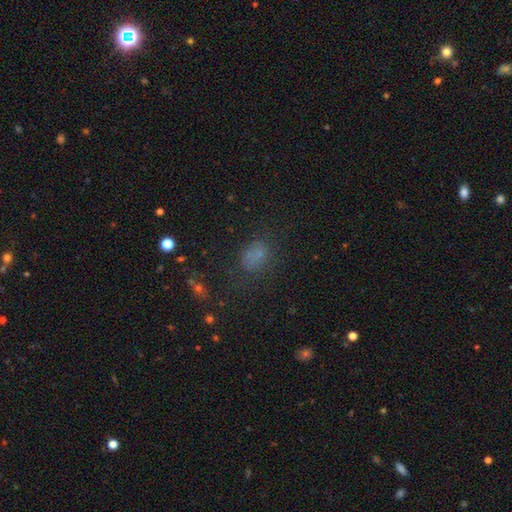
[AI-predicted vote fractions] Q: Smooth or featured?
A: smooth (67%); runner-up: star or artifact (22%)
Q: How rounded?
A: in between (70%); runner-up: round (28%)
Q: Merging?
A: none (63%); runner-up: minor disturbance (20%)